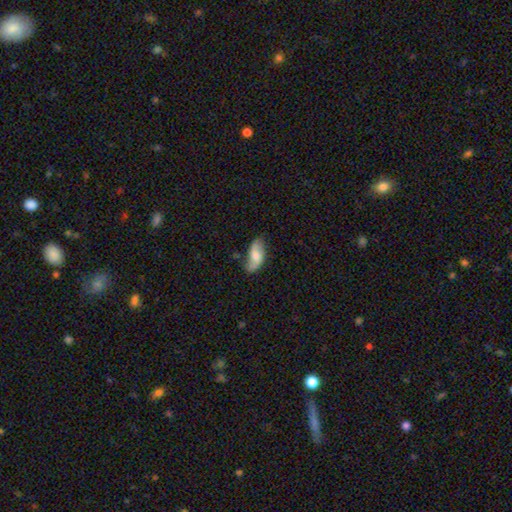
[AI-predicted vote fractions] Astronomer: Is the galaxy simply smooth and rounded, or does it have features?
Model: featured or disk — 48% (runner-up: smooth, 45%).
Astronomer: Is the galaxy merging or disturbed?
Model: none — 60%.